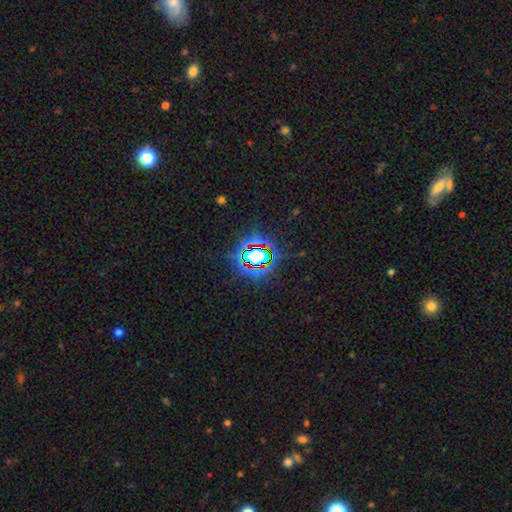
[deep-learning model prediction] smooth-or-featured: star or artifact: 73% | smooth: 17% | featured or disk: 10%